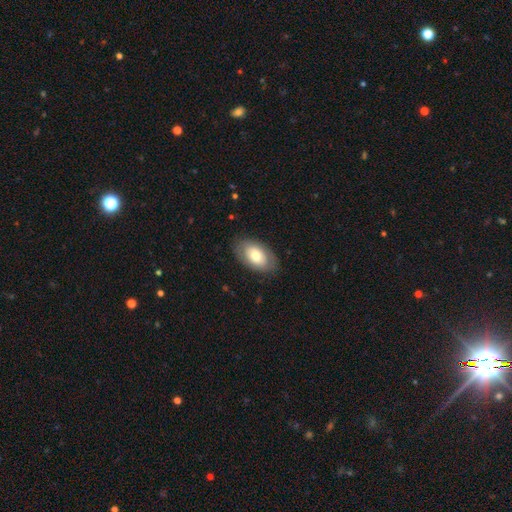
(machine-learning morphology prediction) Smooth or featured?
  - smooth: 63% *
  - featured or disk: 31%
  - star or artifact: 6%
How rounded?
  - in between: 92% *
  - round: 6%
  - cigar-shaped: 1%
Merging?
  - none: 82% *
  - minor disturbance: 13%
  - major disturbance: 4%
  - merger: 1%